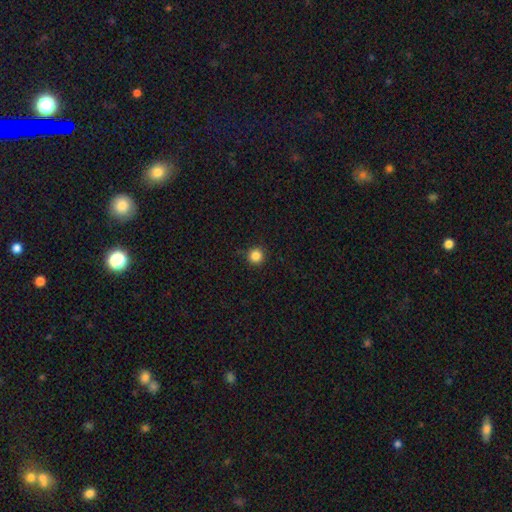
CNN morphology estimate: The model was most divided on "smooth or featured": smooth: 85%, star or artifact: 12%, featured or disk: 3%. More confident: how rounded — round (96%); merging — none (91%).